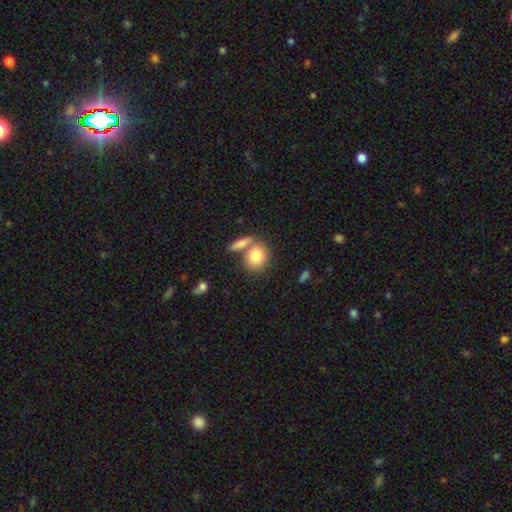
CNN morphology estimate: Smooth or featured? Predicted: smooth (p=0.82). How rounded? Predicted: round (p=0.61). Merging? Predicted: none (p=0.51).